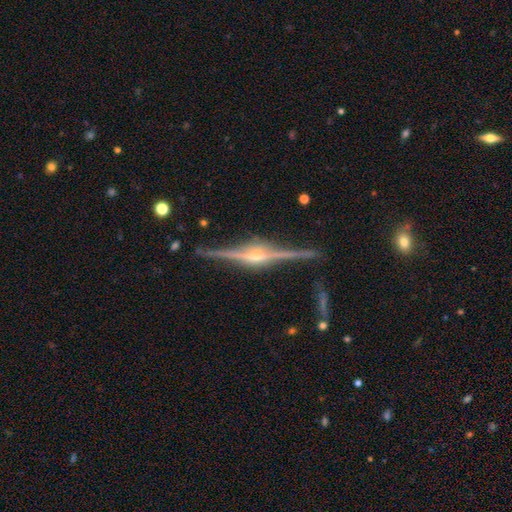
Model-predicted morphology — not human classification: Overall: featured or disk (91%). Edge-on disk: yes (98%). Edge-on bulge: rounded (87%). Merging: none (88%).